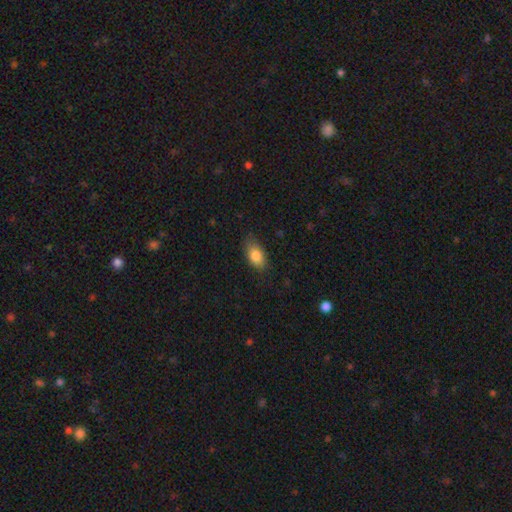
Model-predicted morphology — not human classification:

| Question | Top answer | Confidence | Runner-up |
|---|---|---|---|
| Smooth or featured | smooth | 84% | featured or disk (9%) |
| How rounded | in between | 89% | round (8%) |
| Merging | none | 77% | minor disturbance (19%) |